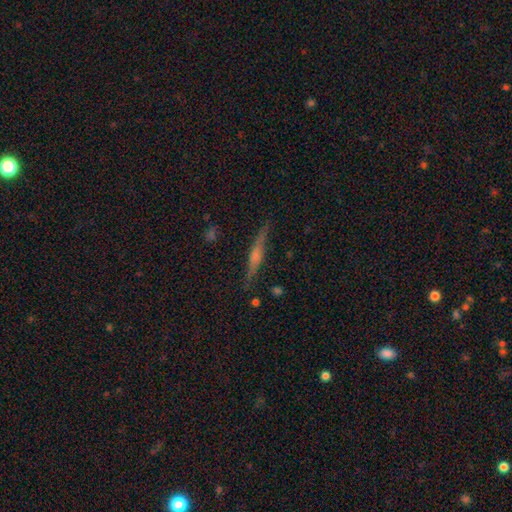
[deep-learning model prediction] Smooth or featured? Predicted: featured or disk (p=0.73). Edge-on disk? Predicted: yes (p=0.97). Edge-on bulge? Predicted: rounded (p=0.72). Merging? Predicted: none (p=0.87).